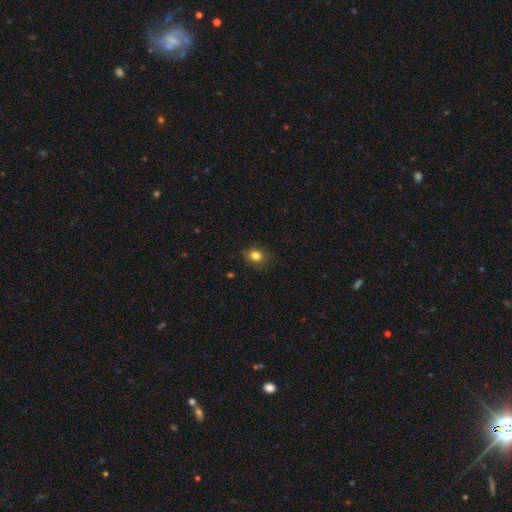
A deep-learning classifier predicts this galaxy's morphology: The model was most divided on "how rounded": round: 60%, in between: 39%, cigar-shaped: 1%. More confident: merging — none (83%); smooth or featured — smooth (82%).